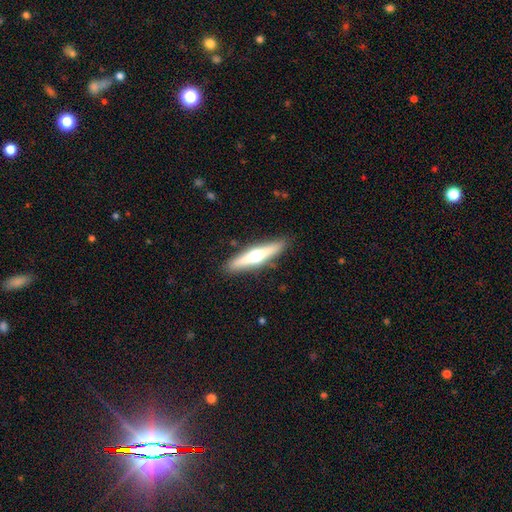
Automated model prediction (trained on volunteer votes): Q: Smooth or featured?
A: featured or disk (60%); runner-up: smooth (34%)
Q: Edge-on disk?
A: yes (95%); runner-up: no (5%)
Q: Edge-on bulge?
A: rounded (94%); runner-up: none (3%)
Q: Merging?
A: none (89%); runner-up: minor disturbance (8%)